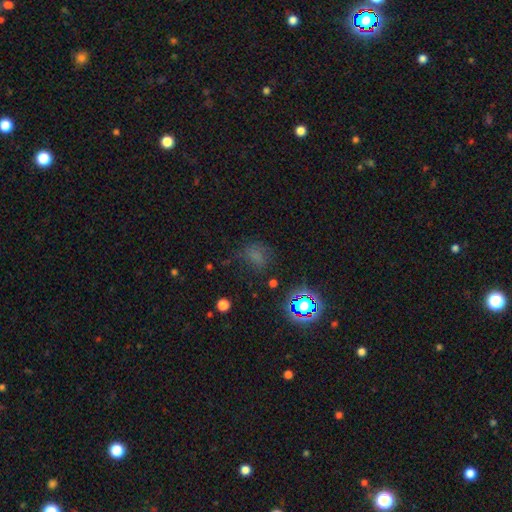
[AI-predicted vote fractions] Smooth or featured? Predicted: smooth (p=0.55). How rounded? Predicted: in between (p=0.49, tied with round). Merging? Predicted: none (p=0.57).